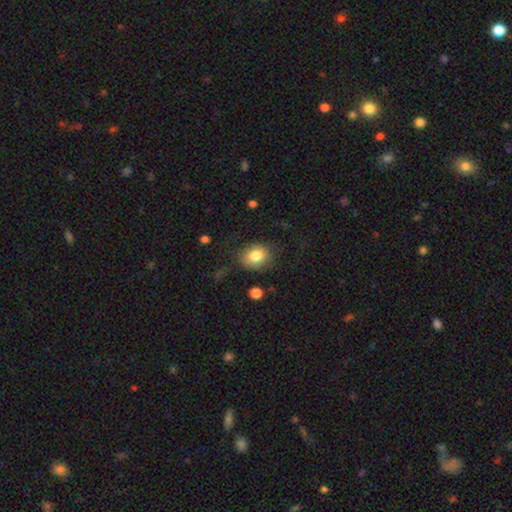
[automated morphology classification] smooth_or_featured: smooth (p=0.81) [alt: featured or disk p=0.10]
how_rounded: in between (p=0.50) [alt: round p=0.49]
merging: none (p=0.72) [alt: minor disturbance p=0.18]